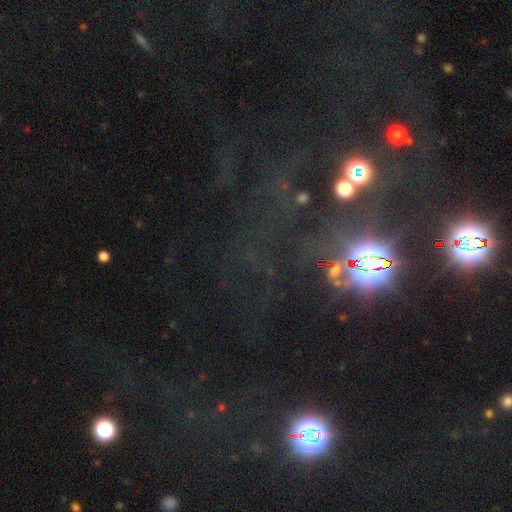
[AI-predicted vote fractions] A star or artifact, not a galaxy (72%).

Vote fractions:
- Smooth or featured? star or artifact: 72% / smooth: 16% / featured or disk: 12%